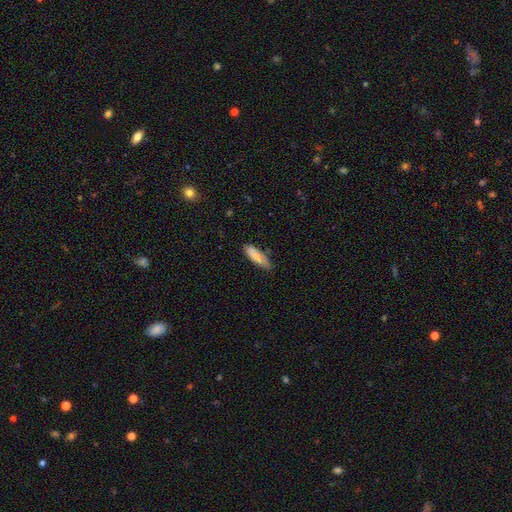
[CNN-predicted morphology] smooth 77%, featured or disk 17%, star or artifact 6%. Down the decision tree: how rounded — in between (53%); merging — none (70%).